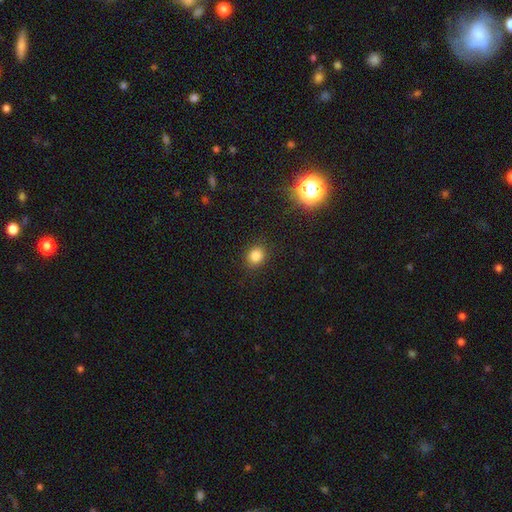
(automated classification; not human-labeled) Smooth or featured? Predicted: smooth (p=0.82). How rounded? Predicted: round (p=0.67). Merging? Predicted: none (p=0.88).